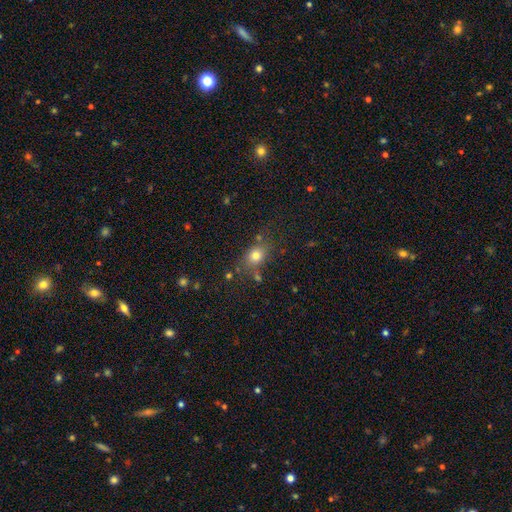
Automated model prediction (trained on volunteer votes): smooth_or_featured: smooth (p=0.76) [alt: star or artifact p=0.14]
how_rounded: in between (p=0.56) [alt: round p=0.42]
merging: none (p=0.71) [alt: minor disturbance p=0.16]